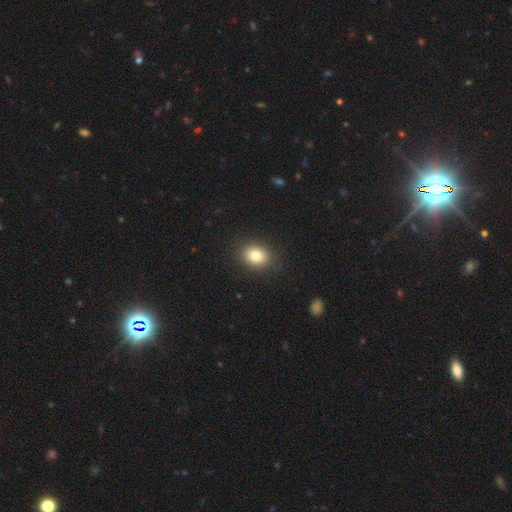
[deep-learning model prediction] smooth 81%, star or artifact 10%, featured or disk 8%. Down the decision tree: how rounded — in between (51%); merging — none (89%).